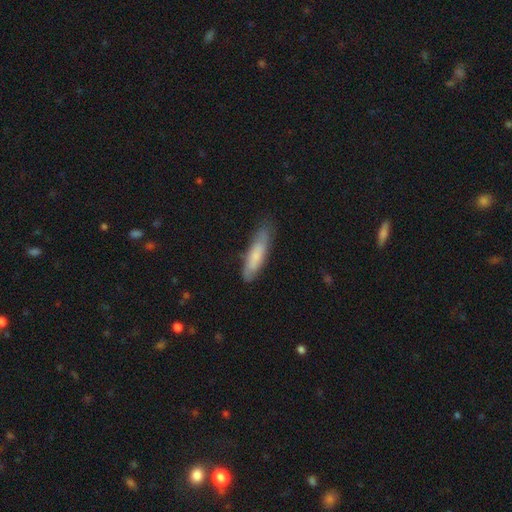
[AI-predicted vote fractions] A smooth galaxy with no disk features (68%) that is cigar-shaped (73%).

Vote fractions:
- Smooth or featured? smooth: 68% / featured or disk: 26% / star or artifact: 6%
- How rounded? cigar-shaped: 73% / in between: 25% / round: 1%
- Merging? none: 73% / minor disturbance: 21% / major disturbance: 5% / merger: 2%